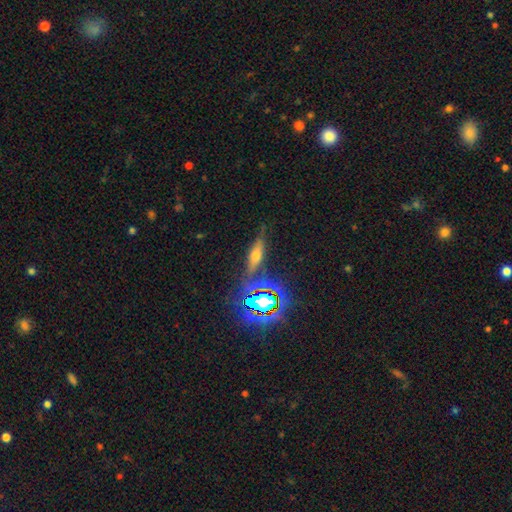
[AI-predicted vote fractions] Smooth or featured: featured or disk — 40% (smooth — 31%)
Merging: none — 79% (minor disturbance — 13%)